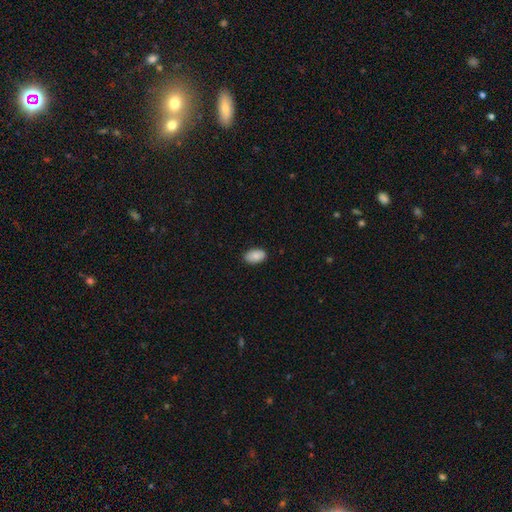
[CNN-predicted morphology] smooth 88%, star or artifact 7%, featured or disk 5%. Down the decision tree: how rounded — in between (93%); merging — none (87%).